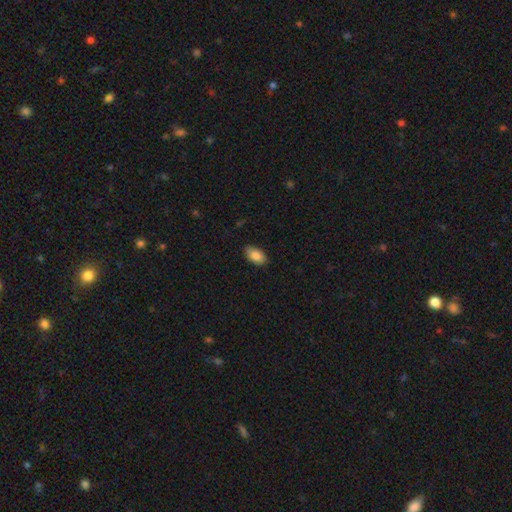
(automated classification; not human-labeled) This is clearly a smooth galaxy (86%). How rounded: clearly in between (94%). Merging: clearly none (86%).